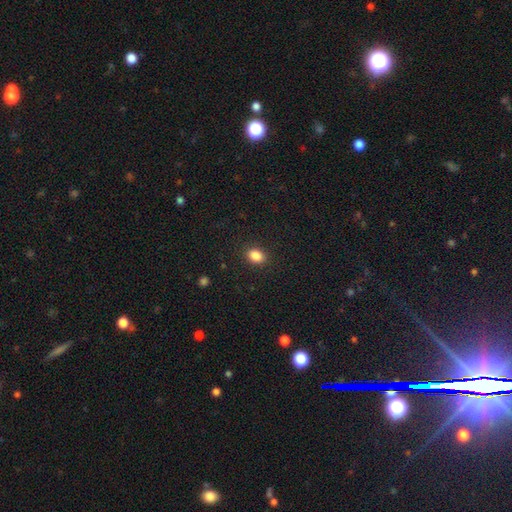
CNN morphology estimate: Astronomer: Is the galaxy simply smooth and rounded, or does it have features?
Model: smooth — 86%.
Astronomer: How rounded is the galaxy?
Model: in between — 67%.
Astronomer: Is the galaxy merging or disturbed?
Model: none — 88%.